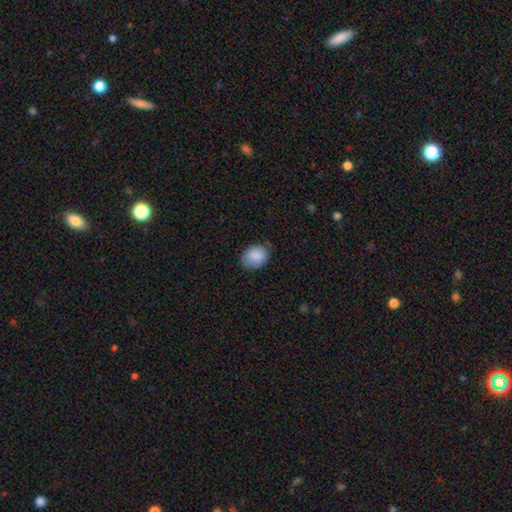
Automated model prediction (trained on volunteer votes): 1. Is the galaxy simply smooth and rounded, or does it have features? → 87% smooth, 7% star or artifact, 6% featured or disk.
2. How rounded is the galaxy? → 60% in between, 39% round, 1% cigar-shaped.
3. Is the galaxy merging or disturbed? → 74% none, 21% minor disturbance, 4% major disturbance, 1% merger.